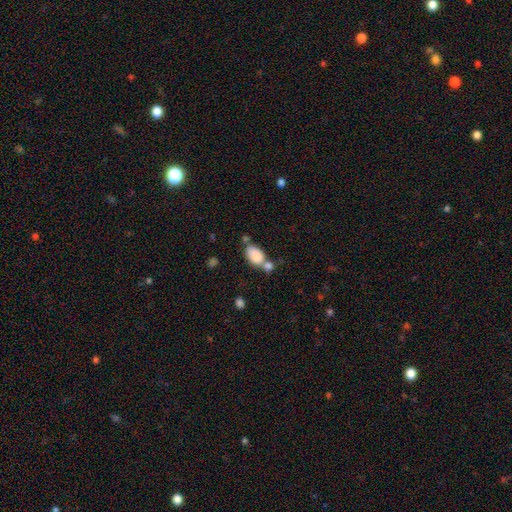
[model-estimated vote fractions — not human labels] A smooth galaxy with no disk features (84%) that is in between round and cigar-shaped (90%). Merging: merger (42%).